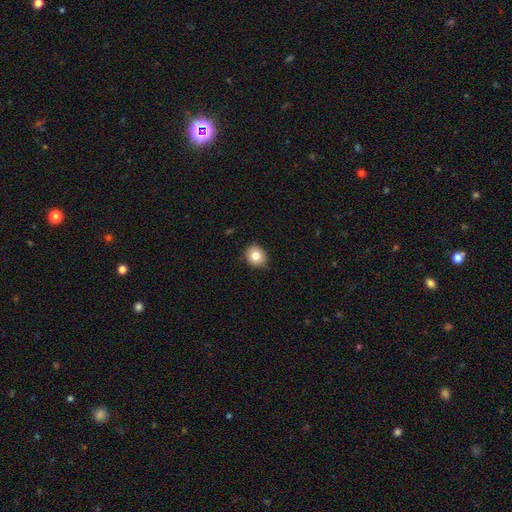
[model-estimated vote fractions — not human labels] smooth_or_featured: smooth (p=0.80) [alt: star or artifact p=0.10]
how_rounded: round (p=0.77) [alt: in between p=0.22]
merging: none (p=0.84) [alt: minor disturbance p=0.13]